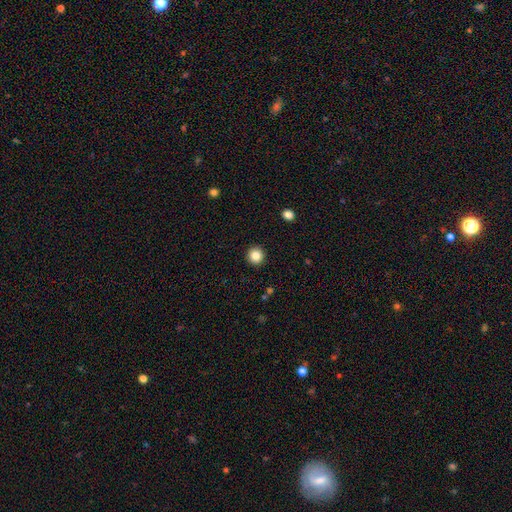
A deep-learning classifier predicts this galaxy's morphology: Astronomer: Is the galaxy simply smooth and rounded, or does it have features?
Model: smooth — 85%.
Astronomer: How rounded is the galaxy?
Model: round — 95%.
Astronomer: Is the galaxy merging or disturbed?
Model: none — 93%.